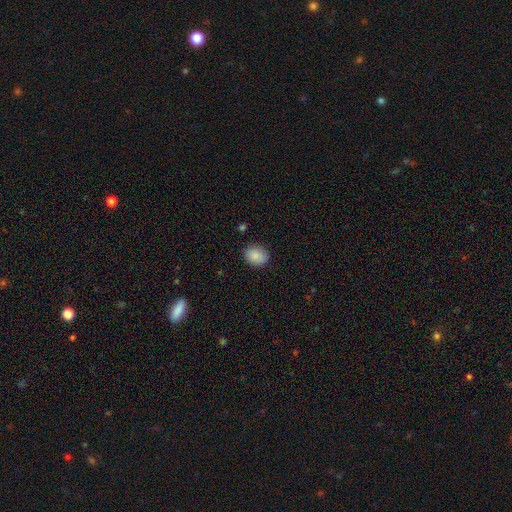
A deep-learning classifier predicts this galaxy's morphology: A smooth galaxy with no disk features (88%) that is in between round and cigar-shaped (58%).

Vote fractions:
- Smooth or featured? smooth: 88% / star or artifact: 8% / featured or disk: 5%
- How rounded? in between: 58% / round: 41% / cigar-shaped: 1%
- Merging? none: 85% / minor disturbance: 11% / major disturbance: 3% / merger: 1%